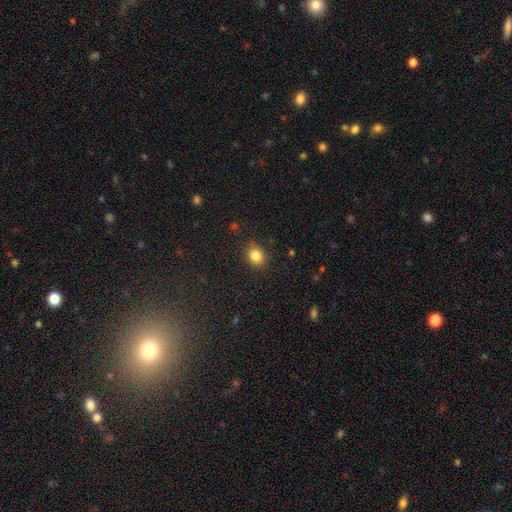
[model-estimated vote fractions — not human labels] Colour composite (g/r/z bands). It shows a smooth galaxy with no disk features (84%) that is round (63%). Merging: none (83%).